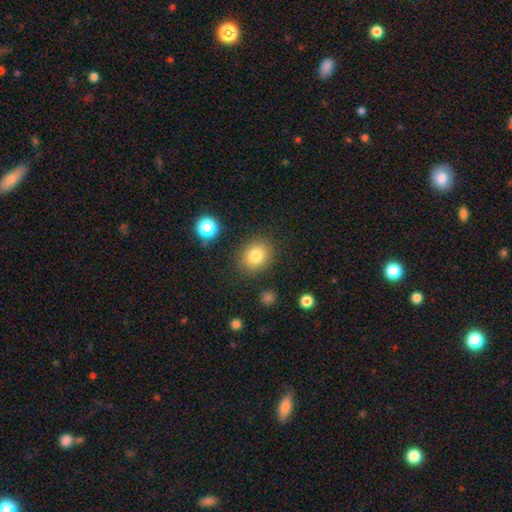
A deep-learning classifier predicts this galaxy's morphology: This is clearly a smooth galaxy (80%). How rounded: likely round (60%). Merging: clearly none (86%).